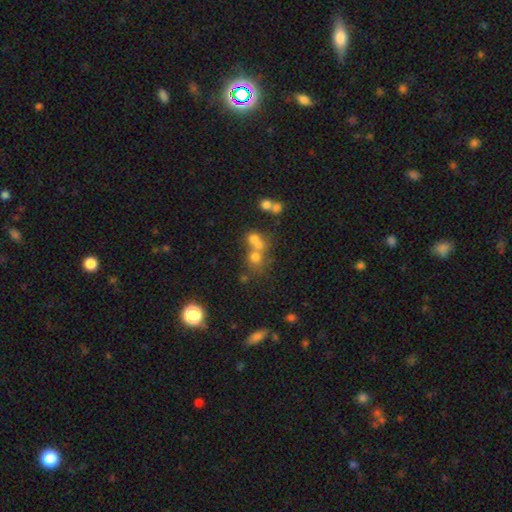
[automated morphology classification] This appears to be a smooth galaxy with no disk features (55%) that is round (78%). Merging: merger (50%).